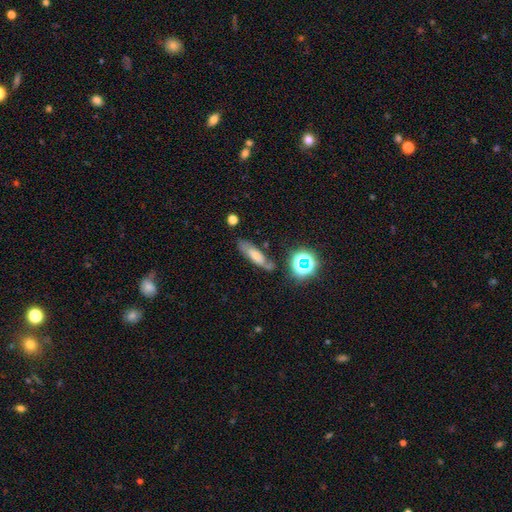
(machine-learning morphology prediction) The model was most divided on "smooth or featured": smooth: 44%, featured or disk: 31%, star or artifact: 25%. More confident: merging — none (74%).